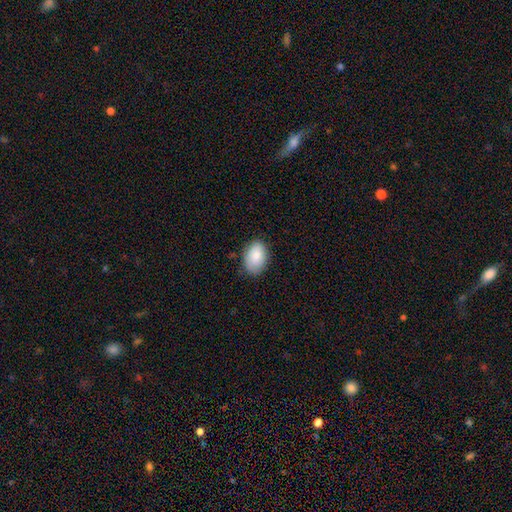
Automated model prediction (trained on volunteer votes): Q: Smooth or featured?
A: smooth (85%); runner-up: featured or disk (8%)
Q: How rounded?
A: in between (87%); runner-up: round (12%)
Q: Merging?
A: none (82%); runner-up: minor disturbance (14%)